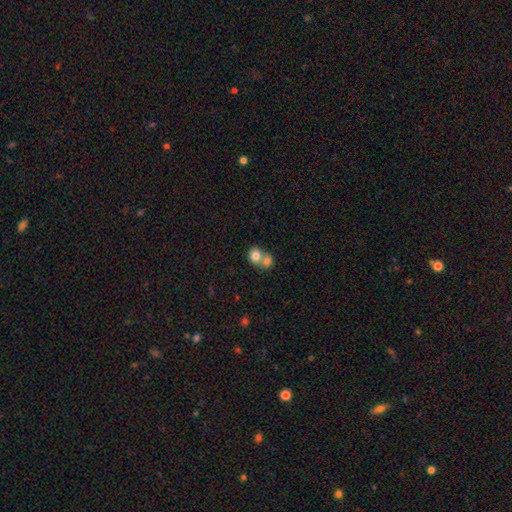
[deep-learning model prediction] smooth-or-featured: smooth: 77% | featured or disk: 14% | star or artifact: 9%
  how-rounded: round: 69% | in between: 30% | cigar-shaped: 1%
  merging: merger: 67% | none: 25% | minor disturbance: 6% | major disturbance: 3%